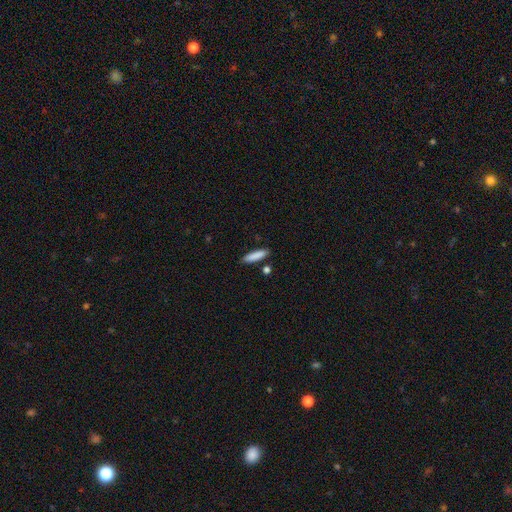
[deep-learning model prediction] Smooth or featured? smooth (86%)
How rounded? cigar-shaped (79%)
Merging? none (86%)